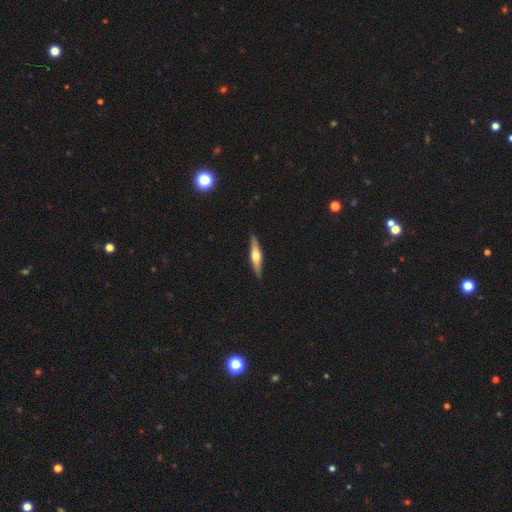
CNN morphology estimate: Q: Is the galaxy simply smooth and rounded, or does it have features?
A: featured or disk — 60%.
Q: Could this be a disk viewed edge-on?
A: yes — 95%.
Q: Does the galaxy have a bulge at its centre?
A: rounded — 92%.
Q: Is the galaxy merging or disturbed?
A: none — 90%.